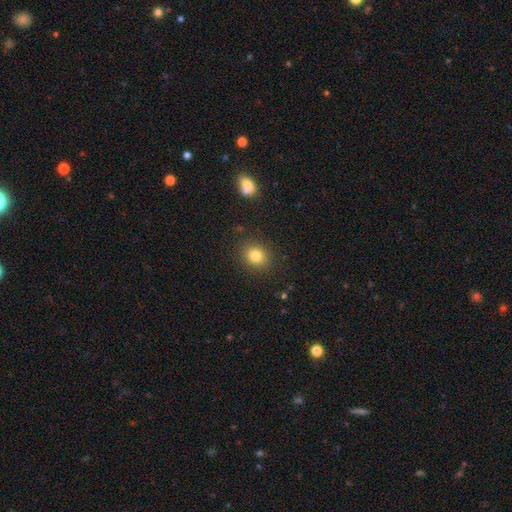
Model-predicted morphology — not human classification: This is clearly a smooth galaxy (81%). How rounded: likely round (72%). Merging: clearly none (88%).